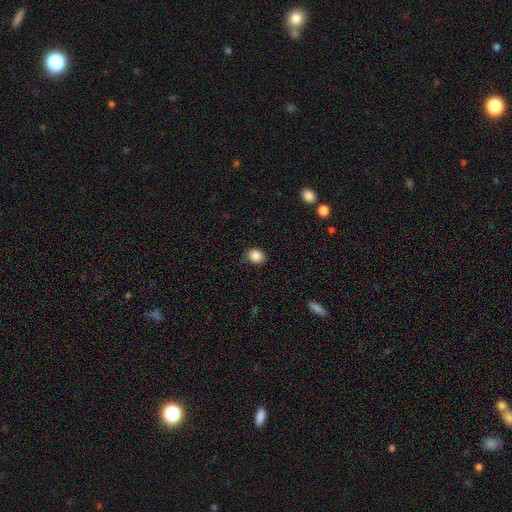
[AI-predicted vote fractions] Morphology: type=smooth (87%); roundness=round (56%); merging=none (86%).